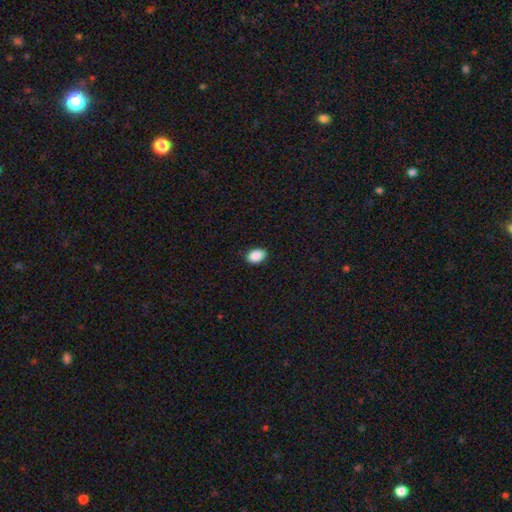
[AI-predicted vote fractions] Smooth or featured?
  - smooth: 90% *
  - star or artifact: 8%
  - featured or disk: 3%
How rounded?
  - in between: 84% *
  - round: 15%
  - cigar-shaped: 1%
Merging?
  - none: 88% *
  - minor disturbance: 9%
  - major disturbance: 2%
  - merger: 1%